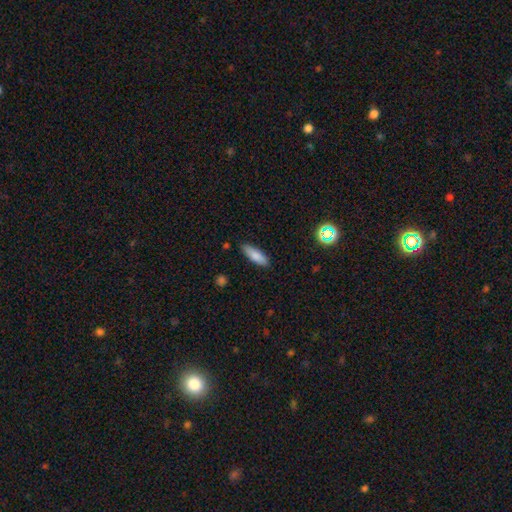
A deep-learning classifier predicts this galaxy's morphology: Q: Smooth or featured?
A: smooth (83%); runner-up: featured or disk (10%)
Q: How rounded?
A: cigar-shaped (52%); runner-up: in between (46%)
Q: Merging?
A: none (86%); runner-up: minor disturbance (10%)